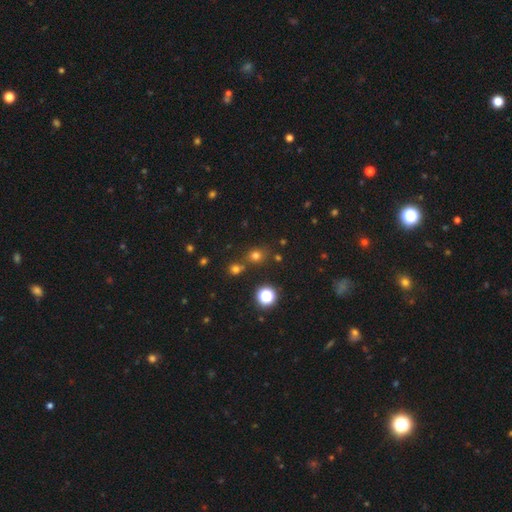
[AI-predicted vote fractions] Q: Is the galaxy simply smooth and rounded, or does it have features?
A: smooth — 65%.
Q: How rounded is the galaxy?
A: round — 81%.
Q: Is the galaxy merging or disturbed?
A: none — 71%.